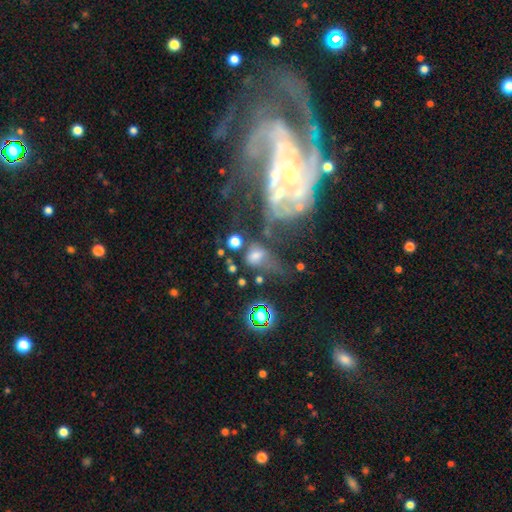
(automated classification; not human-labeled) smooth-or-featured: featured or disk: 45% | smooth: 33% | star or artifact: 22%
  merging: merger: 32% | major disturbance: 31% | none: 23% | minor disturbance: 14%